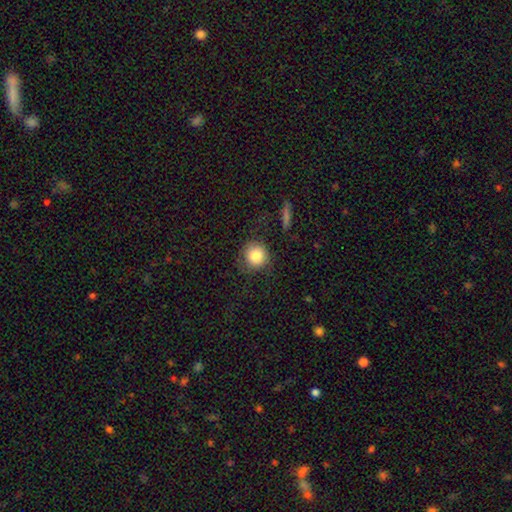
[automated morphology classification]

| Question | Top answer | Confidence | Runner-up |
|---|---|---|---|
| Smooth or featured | smooth | 82% | star or artifact (9%) |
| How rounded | round | 91% | in between (8%) |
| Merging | none | 74% | minor disturbance (16%) |